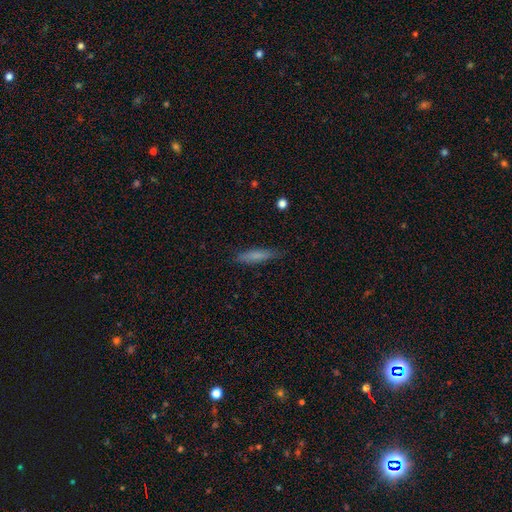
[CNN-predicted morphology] Smooth or featured?
  - smooth: 75% *
  - featured or disk: 18%
  - star or artifact: 7%
How rounded?
  - cigar-shaped: 84% *
  - in between: 15%
  - round: 2%
Merging?
  - none: 84% *
  - minor disturbance: 12%
  - major disturbance: 3%
  - merger: 1%